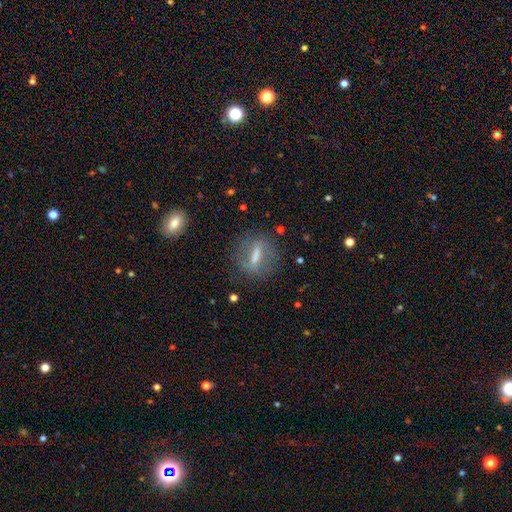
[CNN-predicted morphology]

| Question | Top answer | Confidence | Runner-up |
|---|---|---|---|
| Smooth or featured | featured or disk | 50% | smooth (39%) |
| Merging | none | 76% | minor disturbance (13%) |